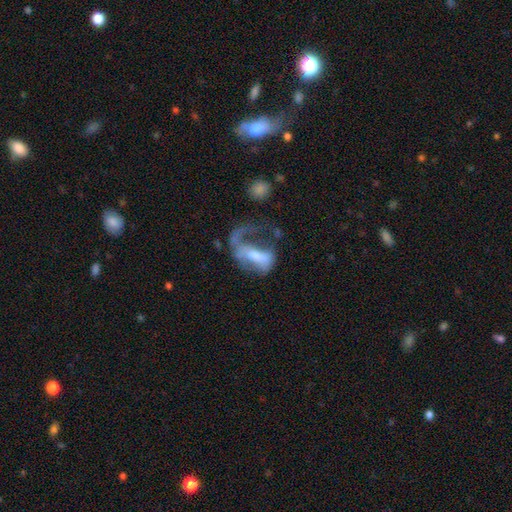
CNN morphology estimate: featured or disk 64%, smooth 28%, star or artifact 9%. Down the decision tree: edge-on disk — no (93%); bar — weak (36%); spiral arms — yes (60%); bulge size — moderate (46%); merging — major disturbance (57%).